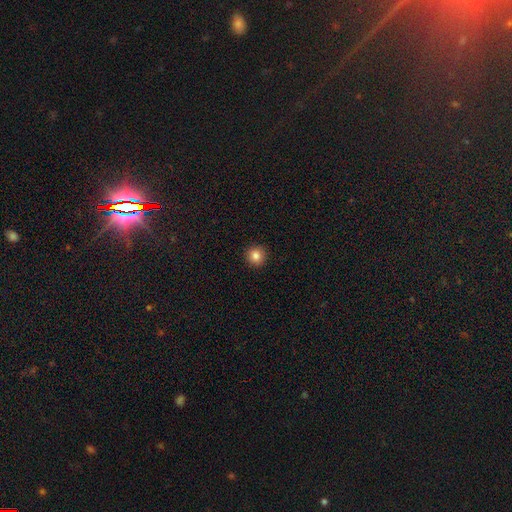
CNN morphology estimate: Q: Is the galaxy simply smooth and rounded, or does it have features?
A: smooth — 84%.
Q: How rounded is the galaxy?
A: round — 95%.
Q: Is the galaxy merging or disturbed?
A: none — 93%.